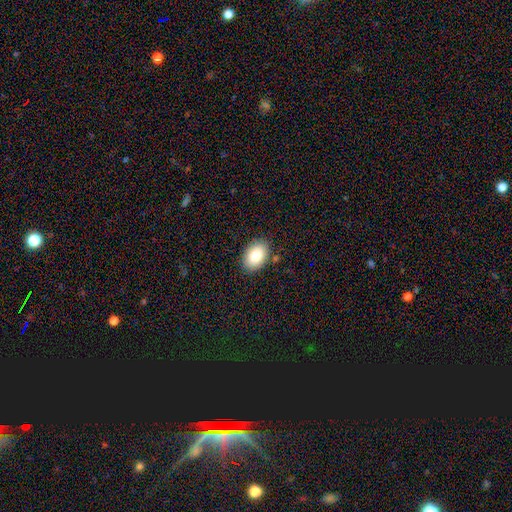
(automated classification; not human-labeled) Overall: smooth (83%). How rounded: in between (83%). Merging: none (86%).